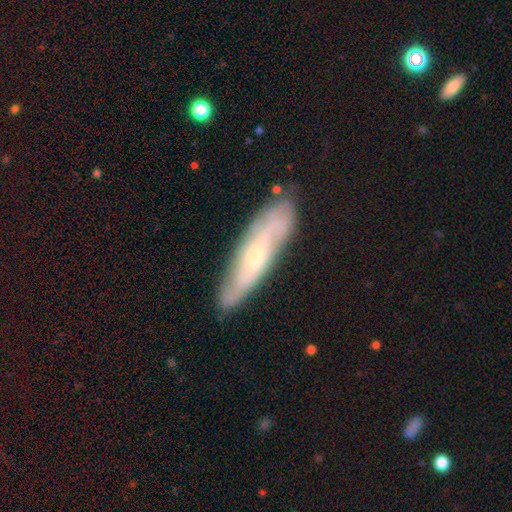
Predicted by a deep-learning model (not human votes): Smooth or featured?
  - featured or disk: 66% *
  - smooth: 27%
  - star or artifact: 7%
Edge-on disk?
  - no: 67% *
  - yes: 33%
Merging?
  - none: 82% *
  - minor disturbance: 14%
  - major disturbance: 3%
  - merger: 2%